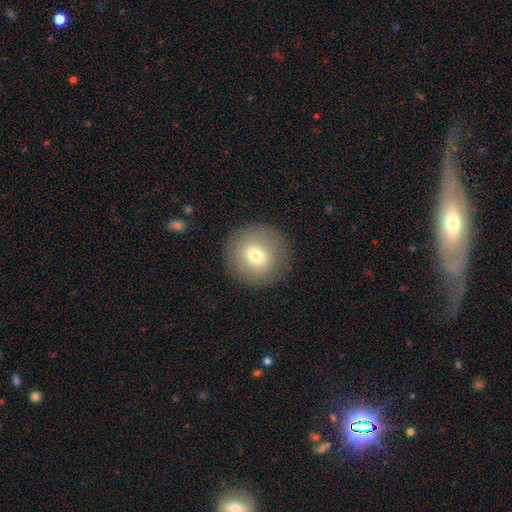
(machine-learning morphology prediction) This appears to be a smooth galaxy with no disk features (71%) that is round (93%). Merging: none (88%).